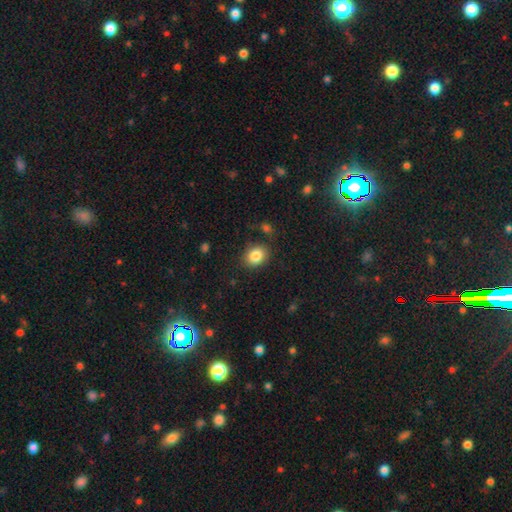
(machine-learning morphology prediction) A smooth galaxy with no disk features (85%) that is in between round and cigar-shaped (51%).

Vote fractions:
- Smooth or featured? smooth: 85% / star or artifact: 9% / featured or disk: 6%
- How rounded? in between: 51% / round: 49% / cigar-shaped: 1%
- Merging? none: 83% / minor disturbance: 11% / major disturbance: 3% / merger: 2%